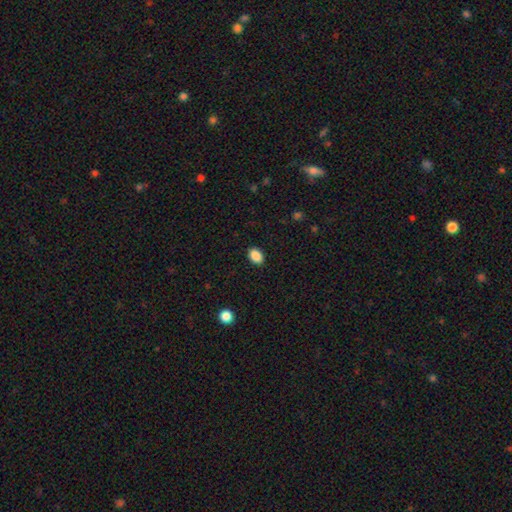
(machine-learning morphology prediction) smooth 89%, star or artifact 8%, featured or disk 3%. Down the decision tree: how rounded — in between (78%); merging — none (90%).